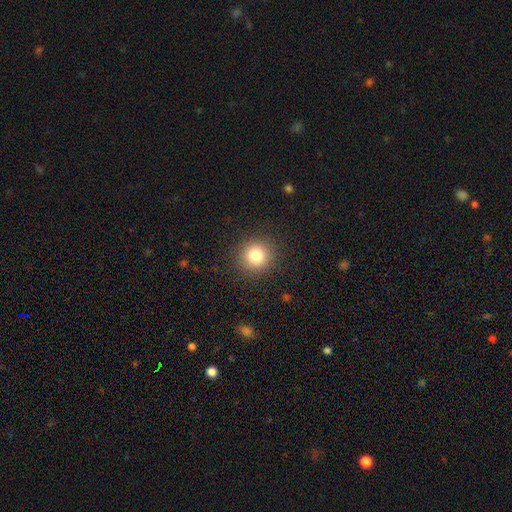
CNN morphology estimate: Smooth or featured? Predicted: smooth (p=0.82). How rounded? Predicted: round (p=0.92). Merging? Predicted: none (p=0.90).